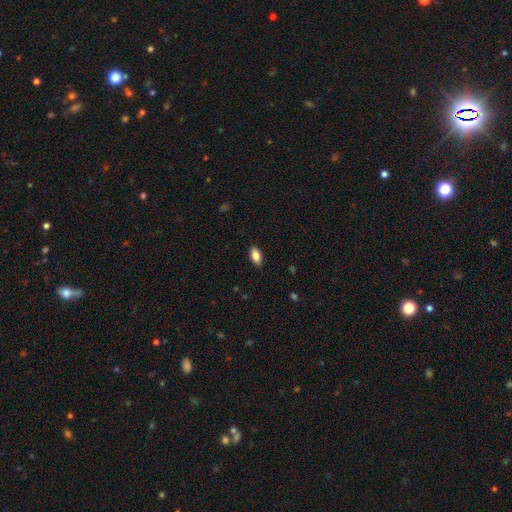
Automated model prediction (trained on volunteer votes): Q: Smooth or featured?
A: smooth (84%); runner-up: featured or disk (8%)
Q: How rounded?
A: in between (89%); runner-up: cigar-shaped (7%)
Q: Merging?
A: none (88%); runner-up: minor disturbance (9%)